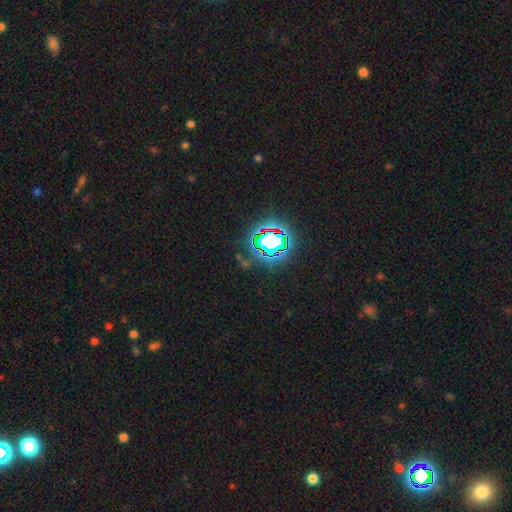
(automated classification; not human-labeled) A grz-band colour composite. It shows a star or artifact, not a galaxy (83%).